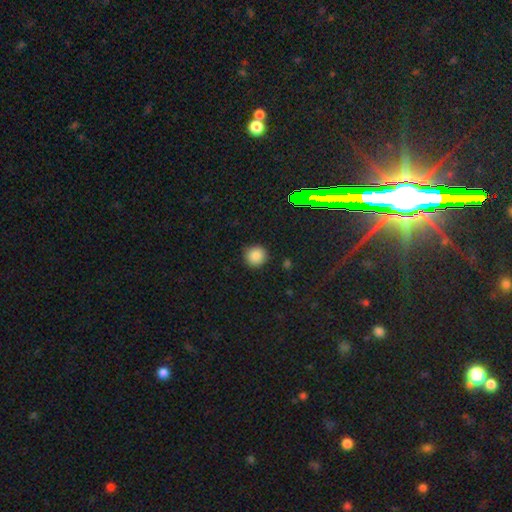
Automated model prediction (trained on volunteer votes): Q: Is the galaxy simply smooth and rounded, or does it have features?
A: smooth — 85%.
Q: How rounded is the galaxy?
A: round — 93%.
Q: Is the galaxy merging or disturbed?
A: none — 90%.